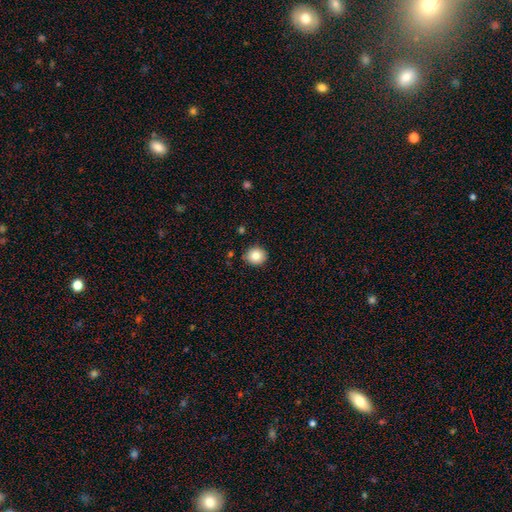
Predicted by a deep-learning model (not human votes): Smooth or featured?
  - smooth: 83% *
  - star or artifact: 9%
  - featured or disk: 8%
How rounded?
  - round: 87% *
  - in between: 12%
  - cigar-shaped: 1%
Merging?
  - none: 88% *
  - minor disturbance: 9%
  - major disturbance: 2%
  - merger: 2%